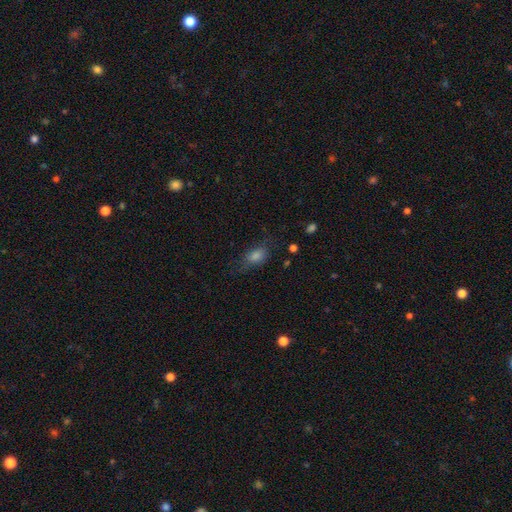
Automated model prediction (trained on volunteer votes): Smooth or featured?
  - smooth: 66% *
  - star or artifact: 17%
  - featured or disk: 16%
How rounded?
  - in between: 77% *
  - round: 14%
  - cigar-shaped: 9%
Merging?
  - none: 61% *
  - minor disturbance: 22%
  - major disturbance: 14%
  - merger: 2%